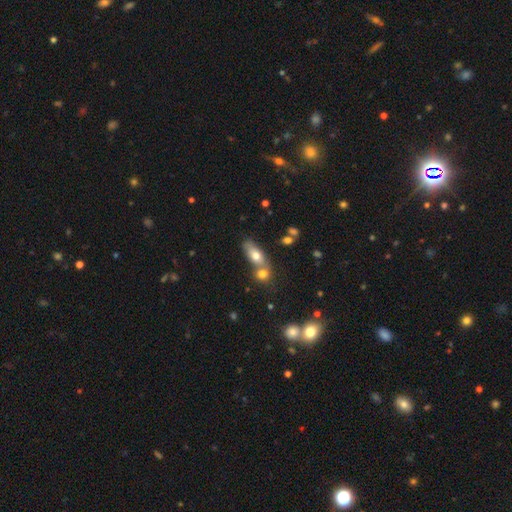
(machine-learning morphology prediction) Smooth or featured? smooth (69%)
How rounded? in between (74%)
Merging? merger (46%)